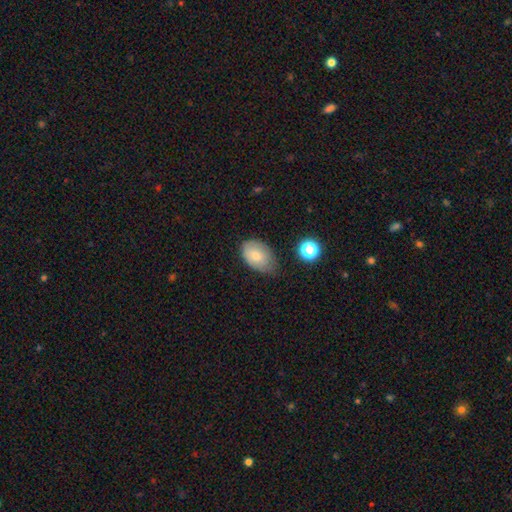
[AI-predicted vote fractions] Smooth or featured? Predicted: smooth (p=0.75). How rounded? Predicted: in between (p=0.86). Merging? Predicted: none (p=0.56).